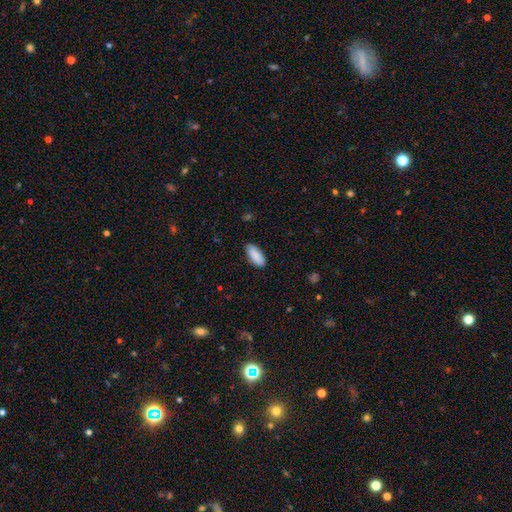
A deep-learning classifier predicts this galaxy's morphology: Smooth or featured: smooth — 90% (star or artifact — 6%)
How rounded: in between — 86% (cigar-shaped — 13%)
Merging: none — 85% (minor disturbance — 12%)